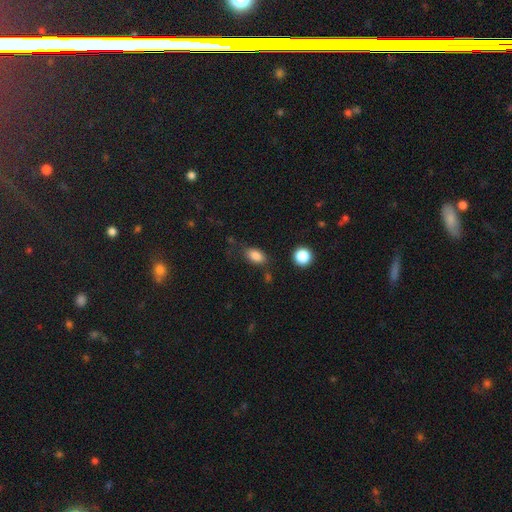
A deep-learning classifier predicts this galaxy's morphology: smooth-or-featured: smooth: 84% | star or artifact: 10% | featured or disk: 6%
  how-rounded: in between: 86% | round: 11% | cigar-shaped: 3%
  merging: none: 73% | minor disturbance: 17% | major disturbance: 6% | merger: 4%